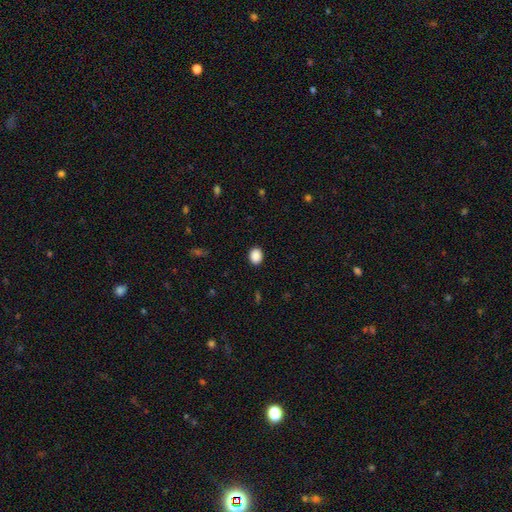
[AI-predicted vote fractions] smooth_or_featured: smooth (p=0.89) [alt: star or artifact p=0.08]
how_rounded: in between (p=0.55) [alt: round p=0.44]
merging: none (p=0.90) [alt: minor disturbance p=0.07]